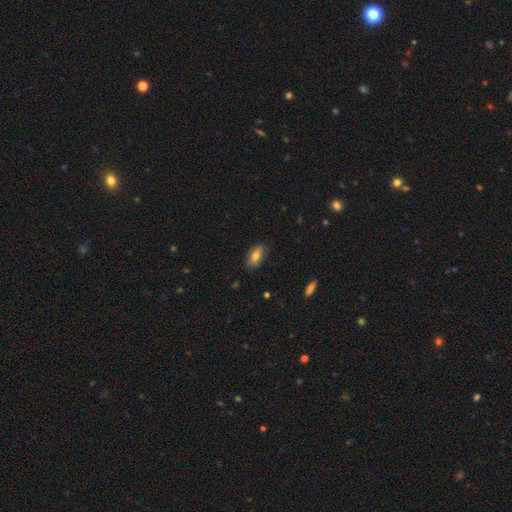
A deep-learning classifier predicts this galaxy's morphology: Smooth or featured? Predicted: smooth (p=0.77). How rounded? Predicted: in between (p=0.88). Merging? Predicted: none (p=0.79).